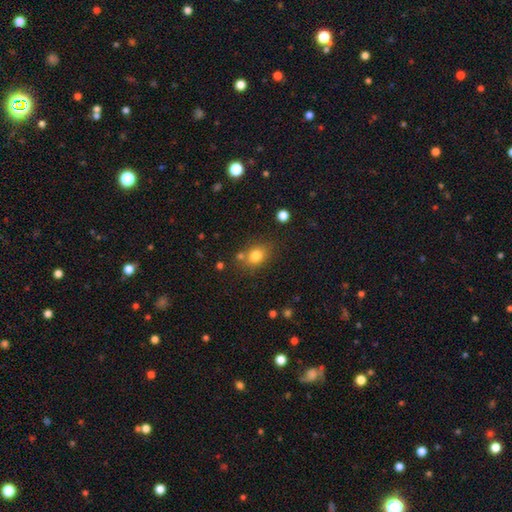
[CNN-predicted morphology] A smooth galaxy with no disk features (80%) that is in between round and cigar-shaped (55%).

Vote fractions:
- Smooth or featured? smooth: 80% / star or artifact: 12% / featured or disk: 9%
- How rounded? in between: 55% / round: 44% / cigar-shaped: 1%
- Merging? none: 69% / minor disturbance: 14% / merger: 12% / major disturbance: 4%